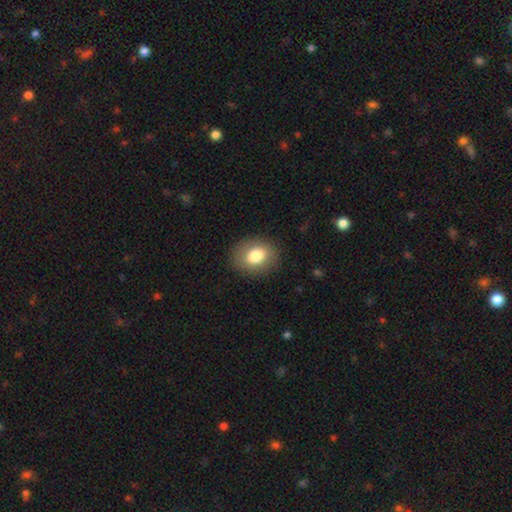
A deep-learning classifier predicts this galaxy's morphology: Overall: smooth (79%). How rounded: in between (54%; round 45%). Merging: none (87%).